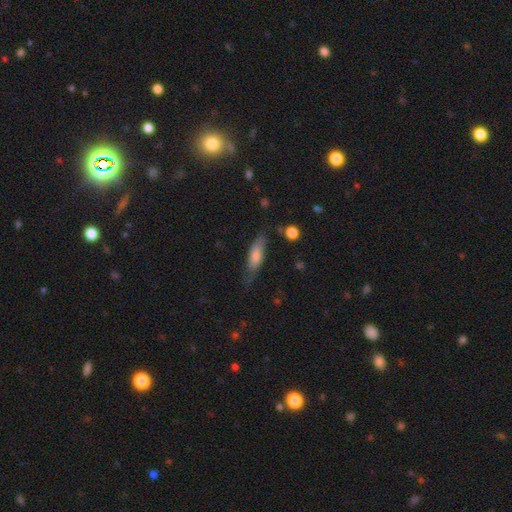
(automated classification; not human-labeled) Smooth or featured?
  - smooth: 64% *
  - featured or disk: 29%
  - star or artifact: 7%
How rounded?
  - cigar-shaped: 55% *
  - in between: 43%
  - round: 2%
Merging?
  - none: 66% *
  - minor disturbance: 24%
  - major disturbance: 7%
  - merger: 2%